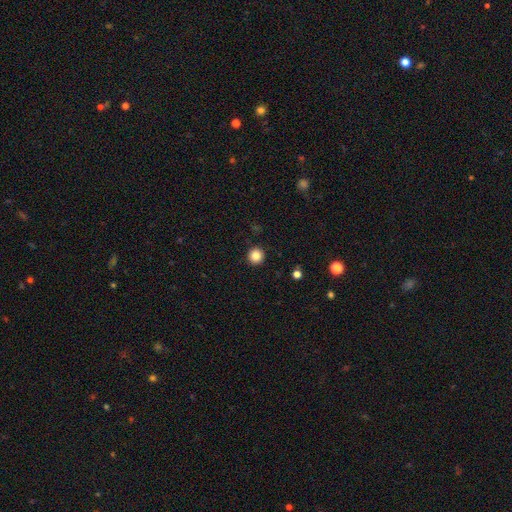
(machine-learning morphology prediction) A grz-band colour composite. It shows a smooth galaxy with no disk features (85%) that is round (95%). Merging: none (92%).